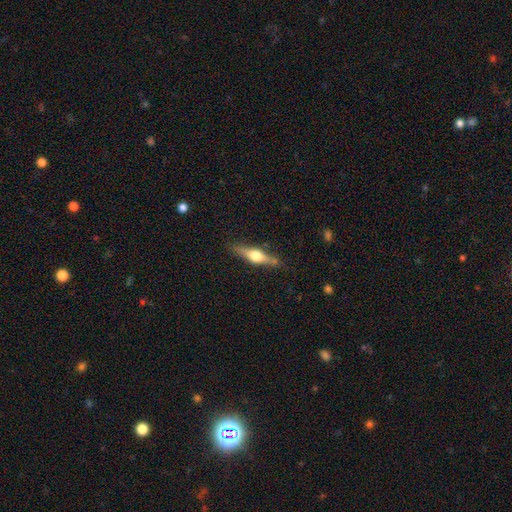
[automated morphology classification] type=featured or disk (64%); edge-on=yes (96%); edge-on bulge=rounded (94%); merging=none (83%).